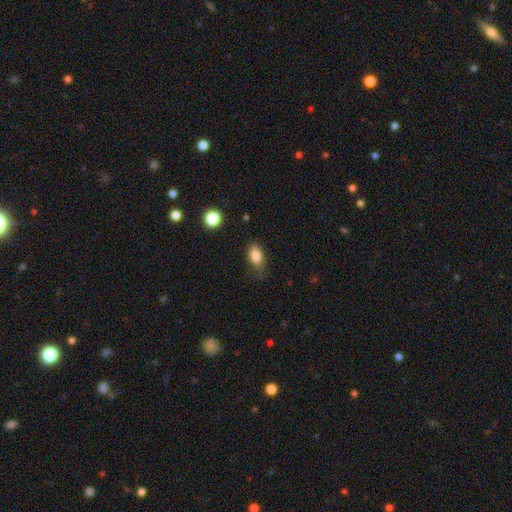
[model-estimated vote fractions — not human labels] Smooth or featured: smooth — 84% (star or artifact — 9%)
How rounded: in between — 86% (round — 11%)
Merging: none — 62% (minor disturbance — 28%)